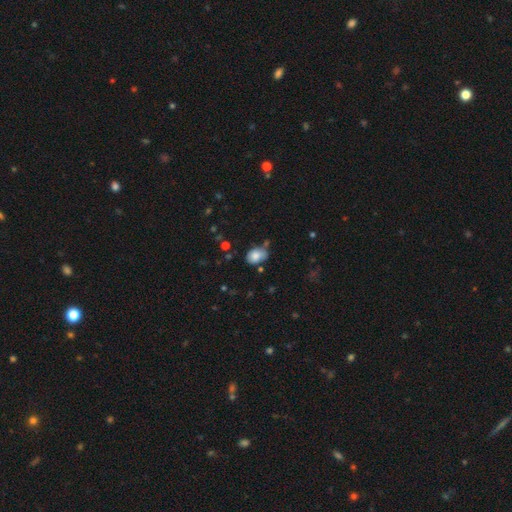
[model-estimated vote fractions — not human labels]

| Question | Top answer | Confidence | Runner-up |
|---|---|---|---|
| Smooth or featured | smooth | 80% | featured or disk (11%) |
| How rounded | in between | 71% | round (28%) |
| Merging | none | 56% | minor disturbance (28%) |